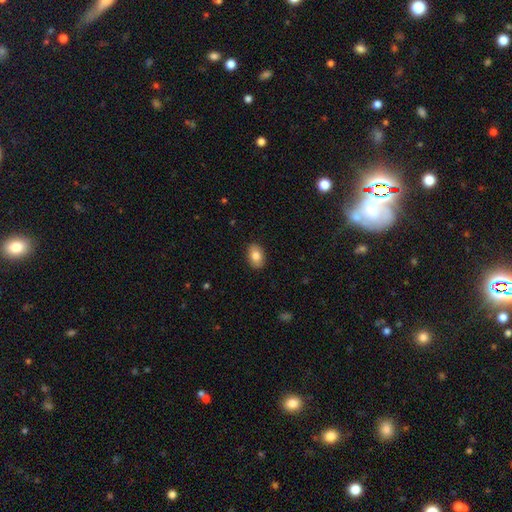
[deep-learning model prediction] smooth-or-featured: smooth: 83% | featured or disk: 10% | star or artifact: 7%
  how-rounded: in between: 87% | round: 12% | cigar-shaped: 1%
  merging: none: 89% | minor disturbance: 8% | major disturbance: 2% | merger: 1%